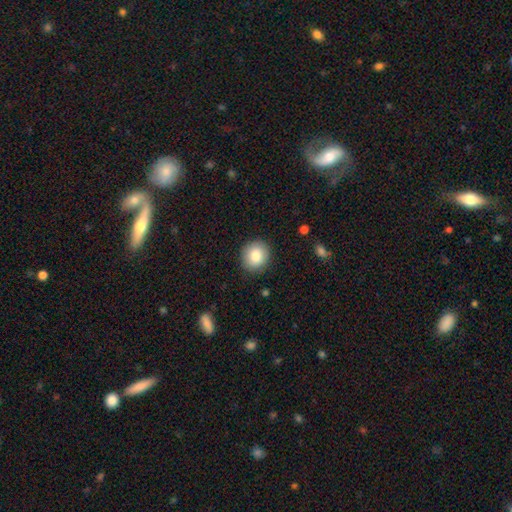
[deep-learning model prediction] smooth-or-featured: smooth: 85% | star or artifact: 8% | featured or disk: 7%
  how-rounded: round: 83% | in between: 17% | cigar-shaped: 1%
  merging: none: 89% | minor disturbance: 8% | major disturbance: 2% | merger: 1%